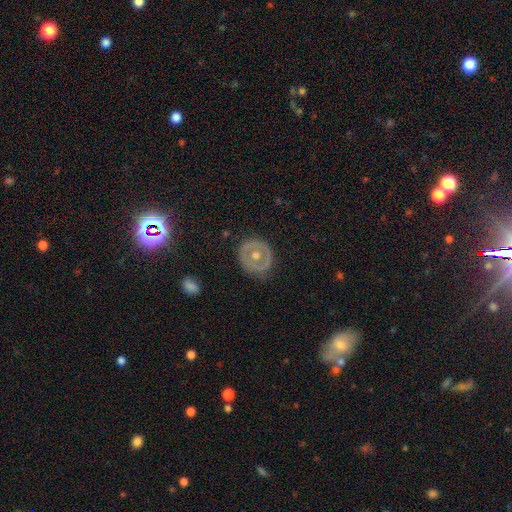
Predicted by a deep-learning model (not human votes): Overall: featured or disk (58%; smooth 35%). Edge-on disk: no (94%). Bar: no (87%). Spiral arms: no (90%). Bulge size: moderate (77%). Merging: none (85%).